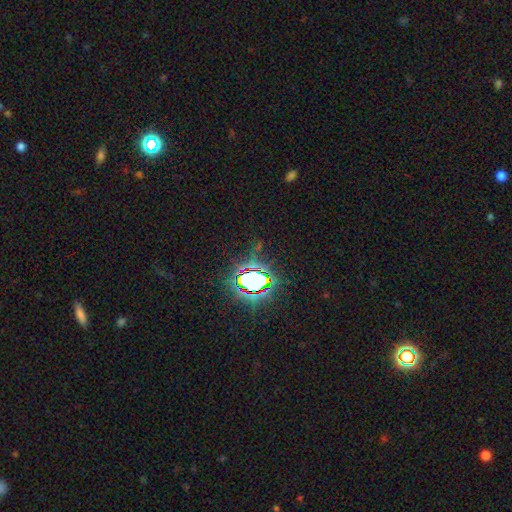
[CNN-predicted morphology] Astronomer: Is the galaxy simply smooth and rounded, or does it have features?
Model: star or artifact — 81%.